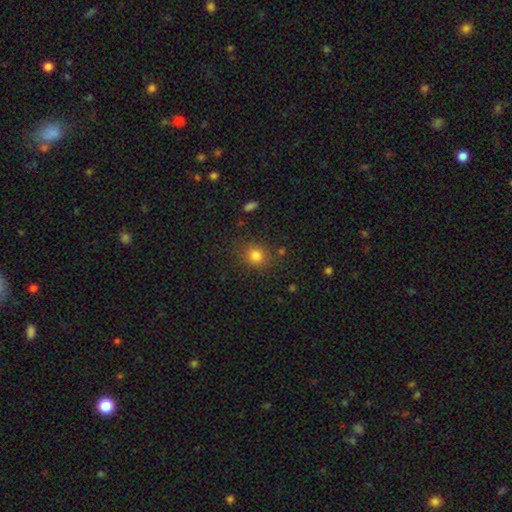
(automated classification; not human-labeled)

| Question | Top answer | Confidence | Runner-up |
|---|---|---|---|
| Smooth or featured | smooth | 81% | star or artifact (13%) |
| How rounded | round | 77% | in between (22%) |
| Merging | none | 82% | minor disturbance (11%) |